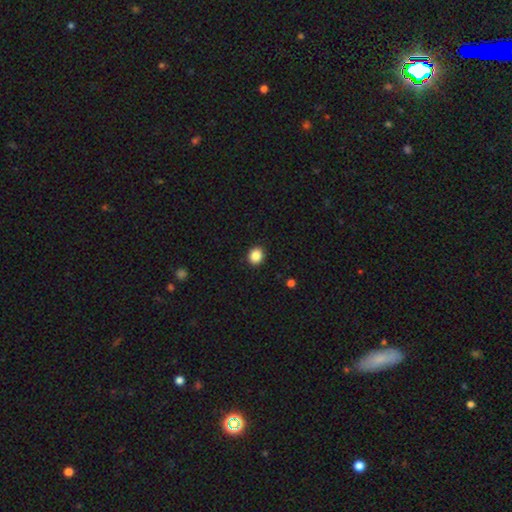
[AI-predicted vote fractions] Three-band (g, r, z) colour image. It shows a smooth galaxy with no disk features (87%) that is round (73%). Merging: none (92%).